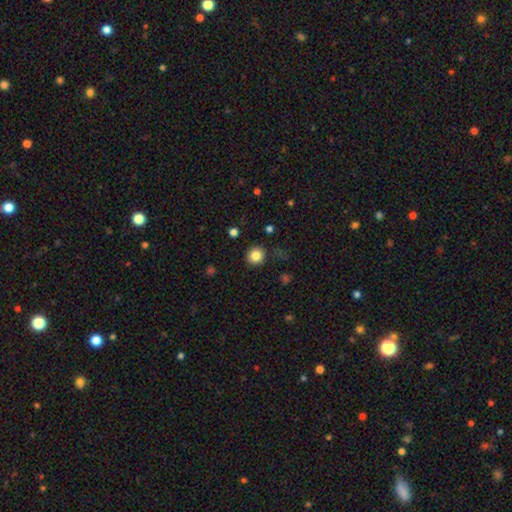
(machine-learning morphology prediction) The model was most divided on "smooth or featured": smooth: 83%, star or artifact: 11%, featured or disk: 6%. More confident: how rounded — round (92%); merging — none (89%).